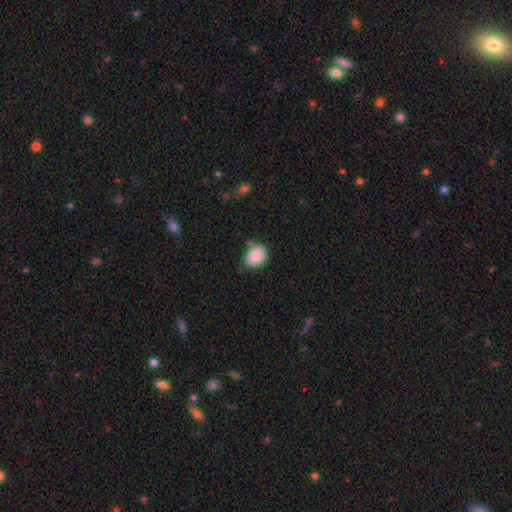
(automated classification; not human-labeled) Overall: smooth (87%). How rounded: in between (59%; round 40%). Merging: none (72%).